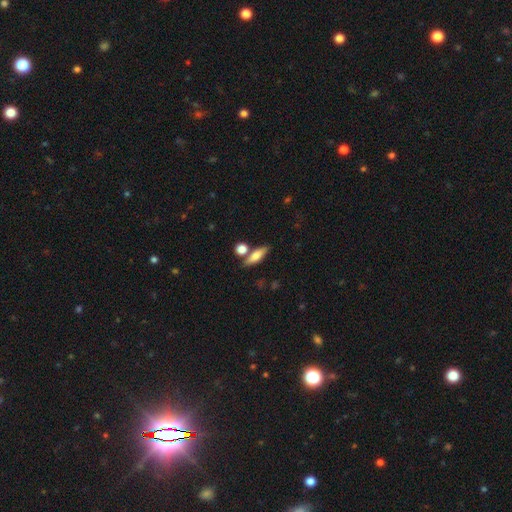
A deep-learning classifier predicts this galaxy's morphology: type=smooth (65%); roundness=cigar-shaped (50%); merging=none (70%).